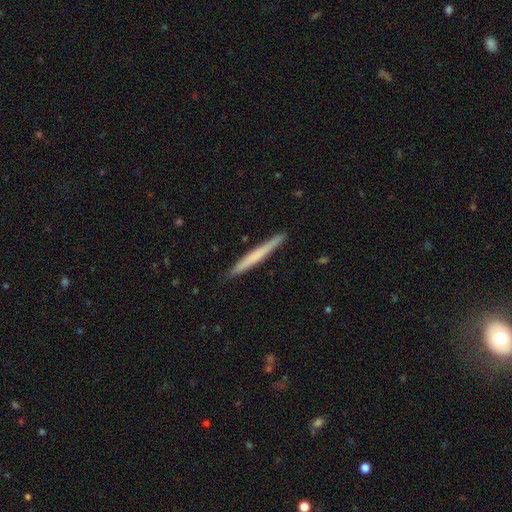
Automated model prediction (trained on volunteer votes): smooth_or_featured: smooth (p=0.60) [alt: featured or disk p=0.35]
how_rounded: cigar-shaped (p=0.97) [alt: in between p=0.02]
merging: none (p=0.90) [alt: minor disturbance p=0.07]